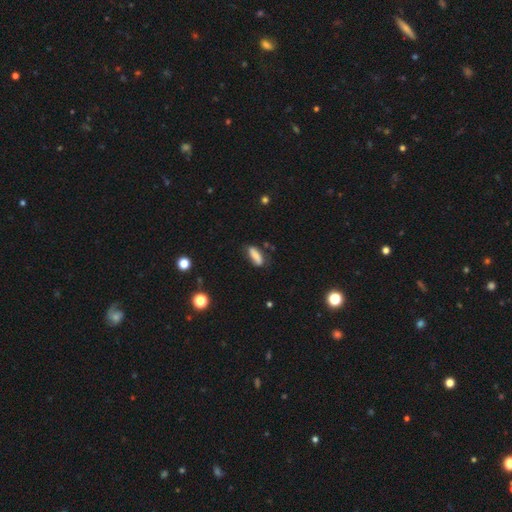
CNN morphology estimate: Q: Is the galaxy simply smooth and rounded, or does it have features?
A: smooth — 78%.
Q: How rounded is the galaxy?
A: in between — 58%.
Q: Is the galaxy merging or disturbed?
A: none — 66%.